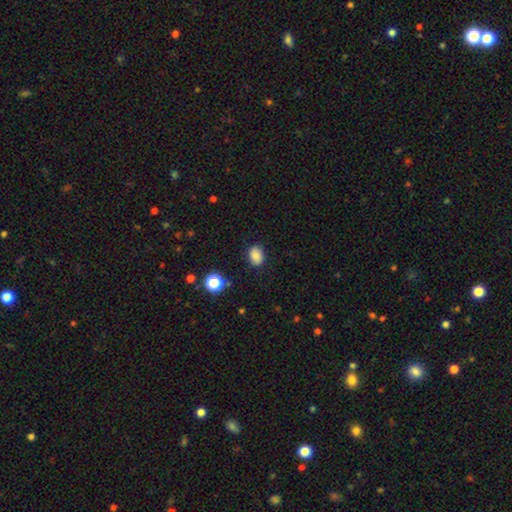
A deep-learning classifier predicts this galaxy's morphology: smooth-or-featured: smooth: 84% | star or artifact: 10% | featured or disk: 6%
  how-rounded: in between: 71% | round: 28% | cigar-shaped: 1%
  merging: none: 83% | minor disturbance: 12% | major disturbance: 3% | merger: 1%